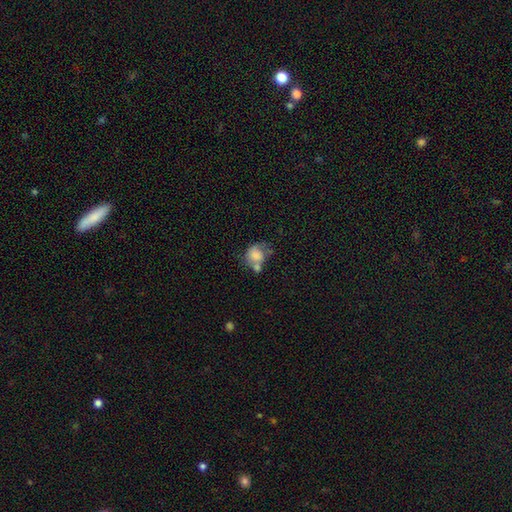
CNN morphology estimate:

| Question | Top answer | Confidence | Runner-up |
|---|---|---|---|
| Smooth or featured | smooth | 71% | featured or disk (20%) |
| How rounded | round | 57% | in between (42%) |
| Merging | merger | 38% | none (27%) |